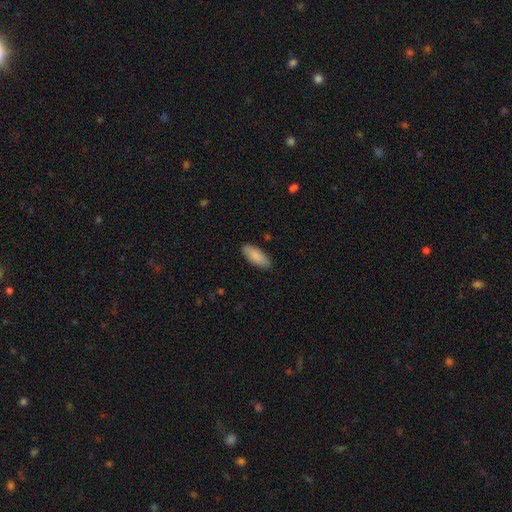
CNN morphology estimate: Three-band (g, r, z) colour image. It shows a smooth galaxy with no disk features (88%) that is in between round and cigar-shaped (79%). Merging: none (87%).